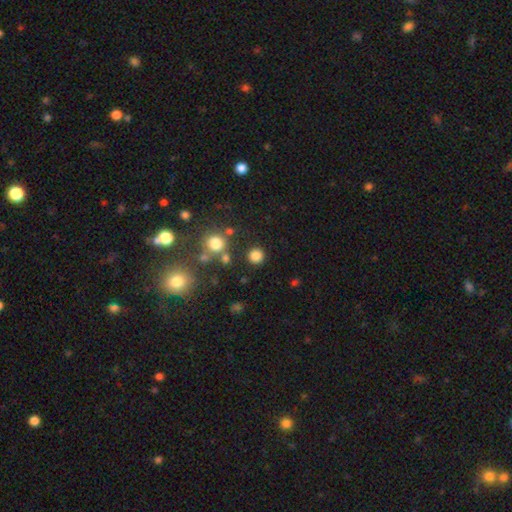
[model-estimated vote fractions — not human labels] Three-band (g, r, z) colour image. It shows a smooth galaxy with no disk features (81%) that is round (94%). Merging: none (87%).